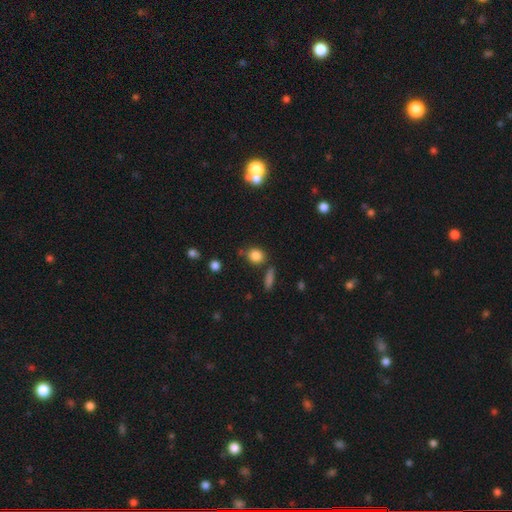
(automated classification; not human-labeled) A smooth galaxy with no disk features (84%) that is round (65%).

Vote fractions:
- Smooth or featured? smooth: 84% / star or artifact: 10% / featured or disk: 6%
- How rounded? round: 65% / in between: 33% / cigar-shaped: 2%
- Merging? none: 74% / minor disturbance: 14% / merger: 8% / major disturbance: 4%